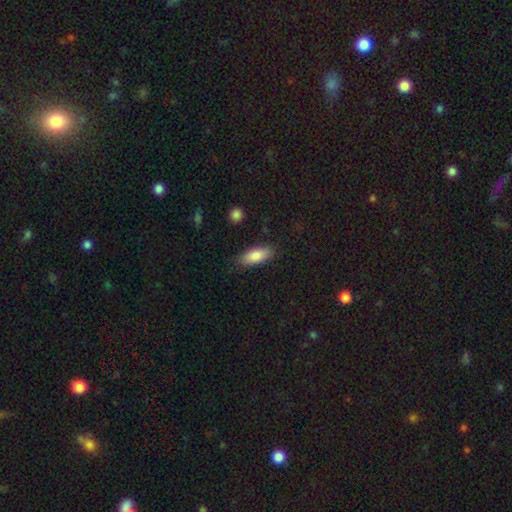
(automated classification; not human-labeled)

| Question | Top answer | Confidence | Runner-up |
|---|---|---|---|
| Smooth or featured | smooth | 84% | featured or disk (10%) |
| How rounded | in between | 77% | cigar-shaped (21%) |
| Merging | none | 83% | minor disturbance (13%) |